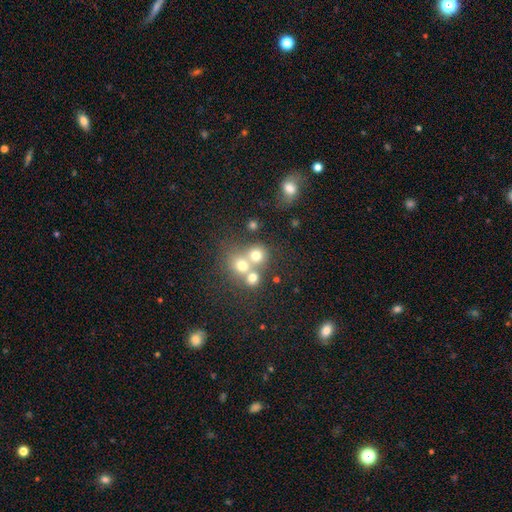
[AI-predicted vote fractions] smooth_or_featured: smooth (p=0.68) [alt: star or artifact p=0.16]
how_rounded: round (p=0.81) [alt: in between p=0.18]
merging: merger (p=0.46) [alt: none p=0.43]